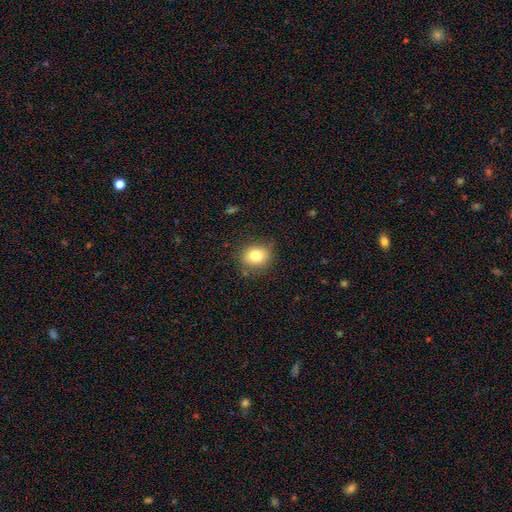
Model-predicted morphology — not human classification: Overall: smooth (78%). How rounded: round (72%). Merging: none (78%).